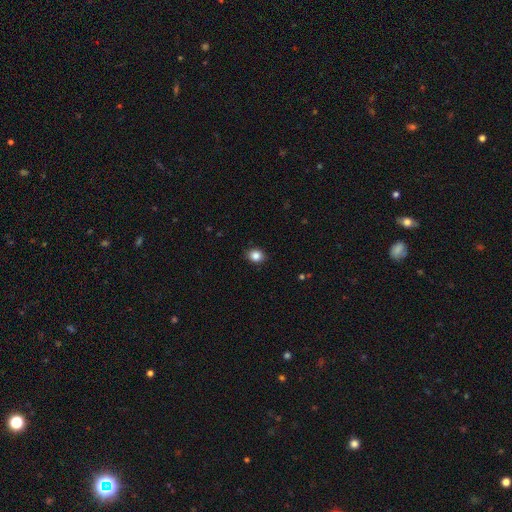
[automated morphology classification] Q: Smooth or featured?
A: smooth (85%); runner-up: star or artifact (10%)
Q: How rounded?
A: round (58%); runner-up: in between (41%)
Q: Merging?
A: none (89%); runner-up: minor disturbance (8%)